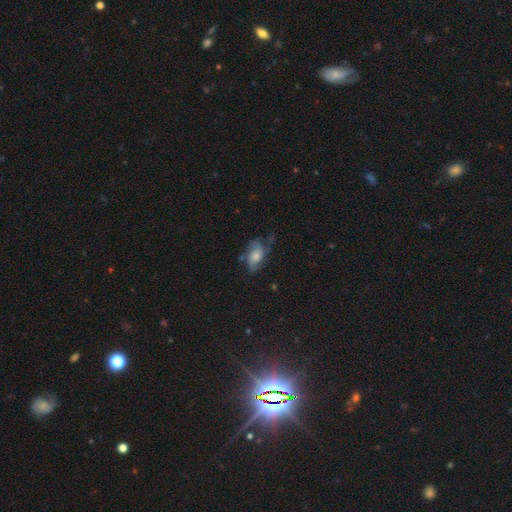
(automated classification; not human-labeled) The model was most divided on "smooth or featured": featured or disk: 52%, smooth: 39%, star or artifact: 9%. Remaining: edge-on disk — no (94%); merging — none (49%).